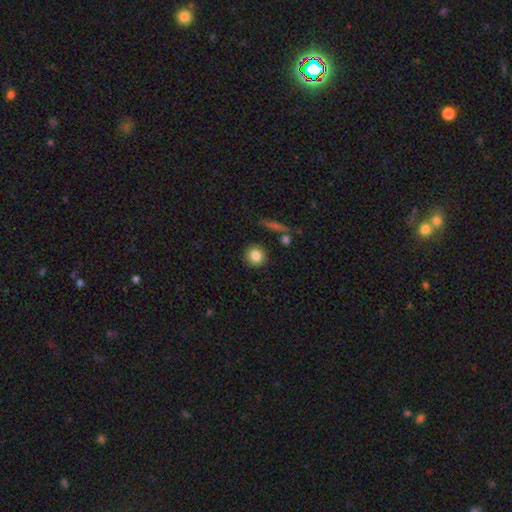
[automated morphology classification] Q: Smooth or featured?
A: smooth (83%); runner-up: star or artifact (9%)
Q: How rounded?
A: round (90%); runner-up: in between (8%)
Q: Merging?
A: none (88%); runner-up: minor disturbance (7%)